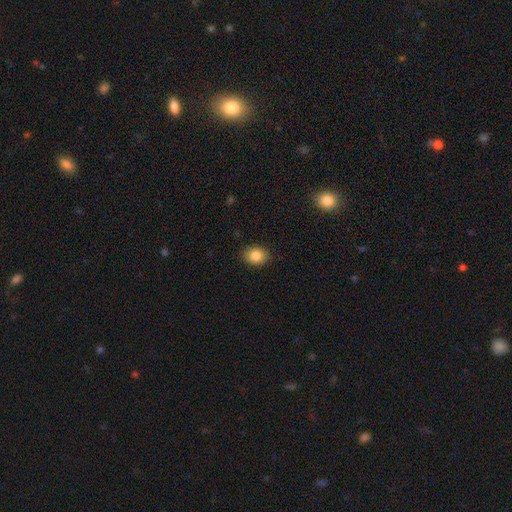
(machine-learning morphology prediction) This is clearly a smooth galaxy (85%). How rounded: possibly in between (58%). Merging: clearly none (87%).